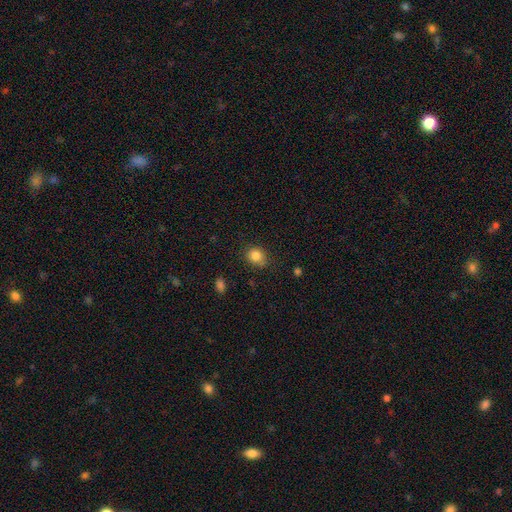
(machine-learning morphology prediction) Q: Smooth or featured?
A: smooth (84%); runner-up: star or artifact (10%)
Q: How rounded?
A: round (67%); runner-up: in between (32%)
Q: Merging?
A: none (73%); runner-up: minor disturbance (19%)